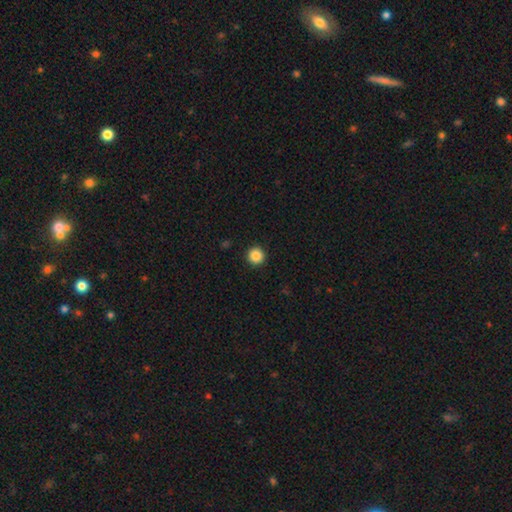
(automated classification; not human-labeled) Smooth or featured? Predicted: smooth (p=0.87). How rounded? Predicted: round (p=0.96). Merging? Predicted: none (p=0.93).